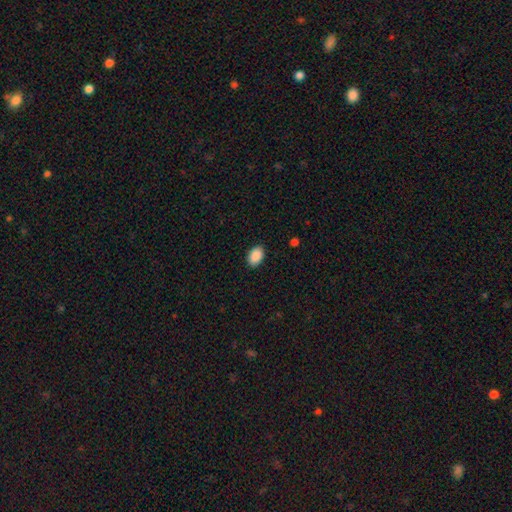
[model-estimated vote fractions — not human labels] A smooth galaxy with no disk features (90%) that is in between round and cigar-shaped (88%). Merging: none (89%).